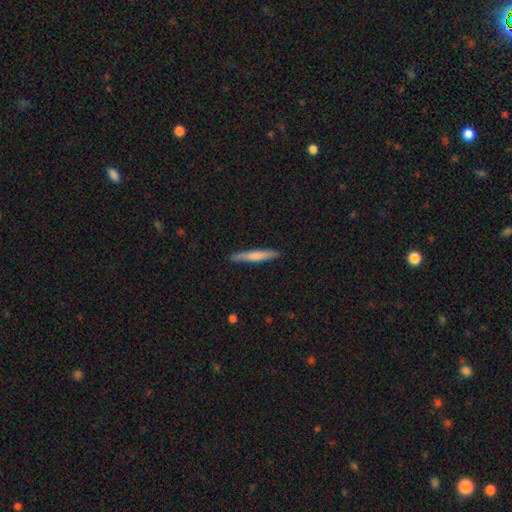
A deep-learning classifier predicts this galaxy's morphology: Smooth or featured?
  - smooth: 64% *
  - featured or disk: 30%
  - star or artifact: 5%
How rounded?
  - cigar-shaped: 95% *
  - in between: 4%
  - round: 1%
Merging?
  - none: 89% *
  - minor disturbance: 8%
  - major disturbance: 2%
  - merger: 1%